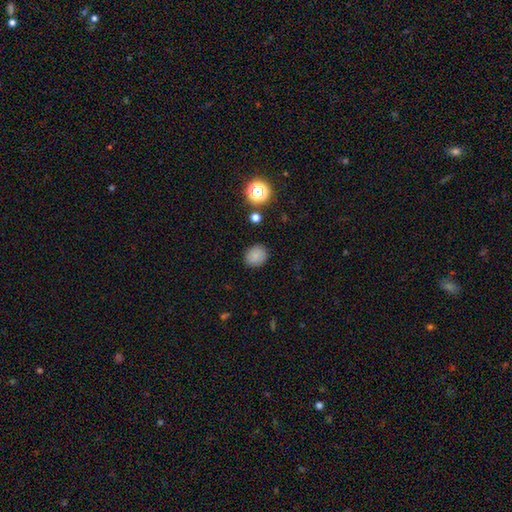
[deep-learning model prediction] The model was most divided on "how rounded": round: 77%, in between: 22%, cigar-shaped: 1%. More confident: merging — none (87%); smooth or featured — smooth (81%).